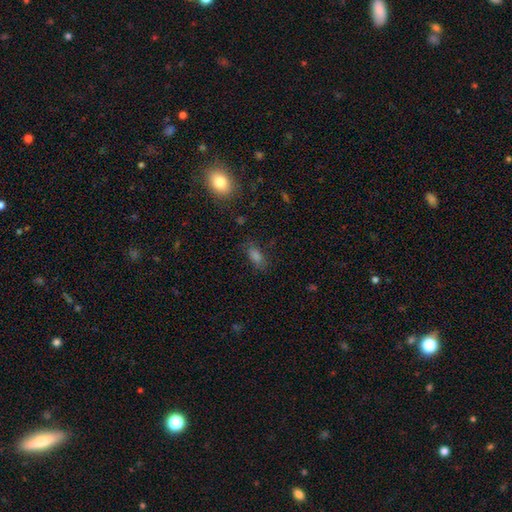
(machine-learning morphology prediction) The model was most divided on "smooth or featured": smooth: 69%, star or artifact: 21%, featured or disk: 10%. More confident: how rounded — in between (82%); merging — none (78%).